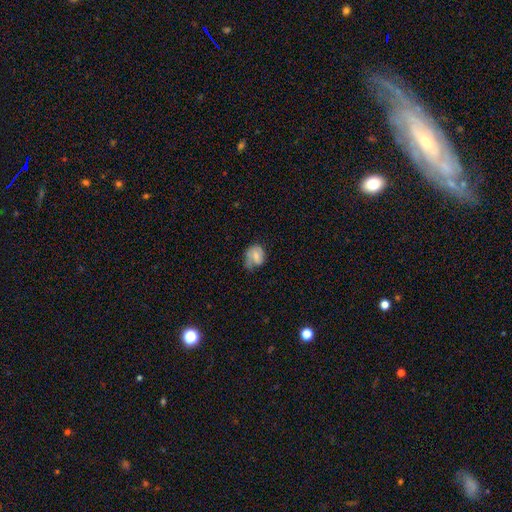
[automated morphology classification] The model was most divided on "how rounded": in between: 51%, round: 48%, cigar-shaped: 1%. Remaining: smooth or featured — smooth (54%); merging — none (41%).